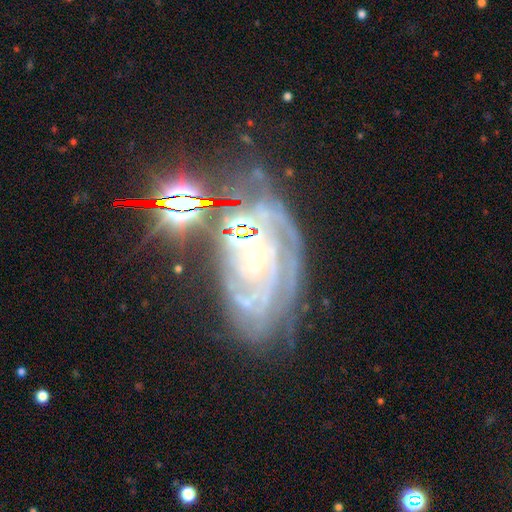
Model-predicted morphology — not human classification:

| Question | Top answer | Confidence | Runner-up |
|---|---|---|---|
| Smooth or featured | featured or disk | 81% | star or artifact (13%) |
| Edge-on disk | no | 95% | yes (5%) |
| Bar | no | 56% | weak (29%) |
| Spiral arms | yes | 95% | no (5%) |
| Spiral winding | tight | 75% | medium (21%) |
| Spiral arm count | can't tell | 32% | 2 (22%) |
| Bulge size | small | 70% | moderate (23%) |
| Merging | none | 59% | minor disturbance (21%) |